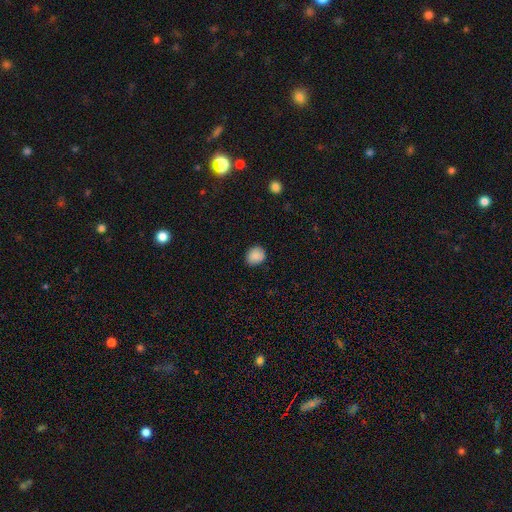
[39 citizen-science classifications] Volunteers were most divided on "how rounded": round: 69%, in between: 31%, cigar-shaped: 0%. More confident: smooth or featured — smooth (90%); merging — none (89%).